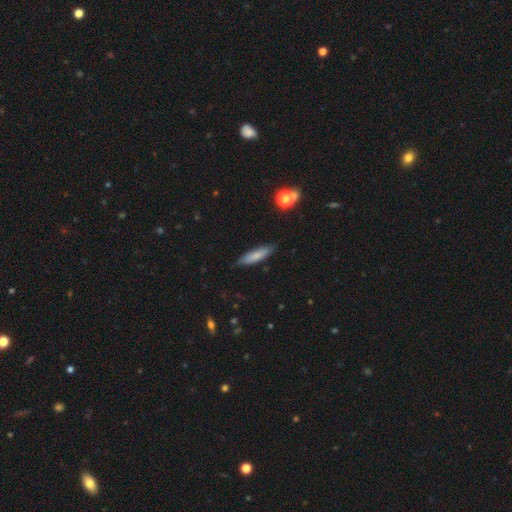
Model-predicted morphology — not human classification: Overall: smooth (75%). How rounded: cigar-shaped (71%). Merging: none (82%).